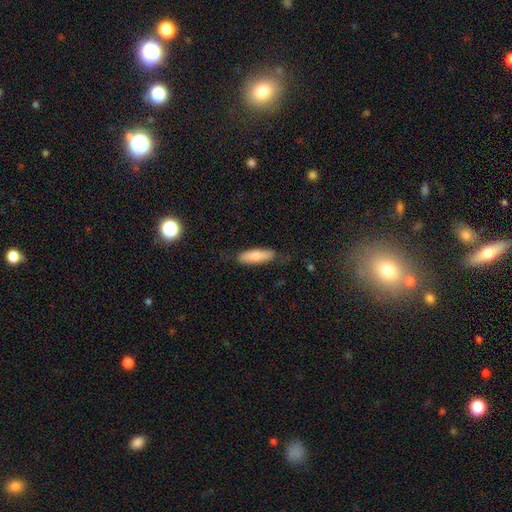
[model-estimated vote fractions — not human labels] This appears to be a smooth galaxy with no disk features (75%) that is cigar-shaped (52%). Merging: none (79%).